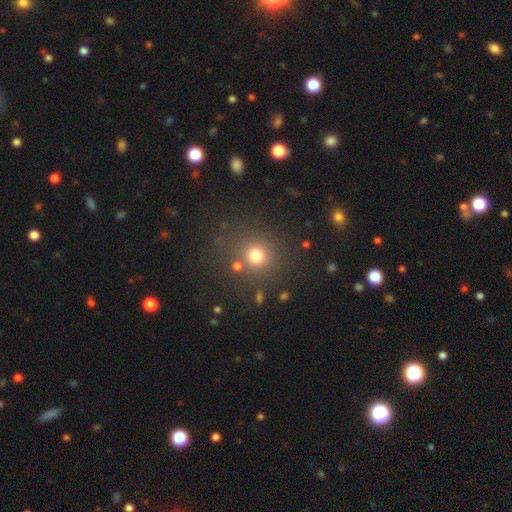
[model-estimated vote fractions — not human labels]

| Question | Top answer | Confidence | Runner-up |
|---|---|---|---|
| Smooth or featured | smooth | 75% | star or artifact (18%) |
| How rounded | round | 92% | in between (7%) |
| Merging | none | 78% | minor disturbance (9%) |